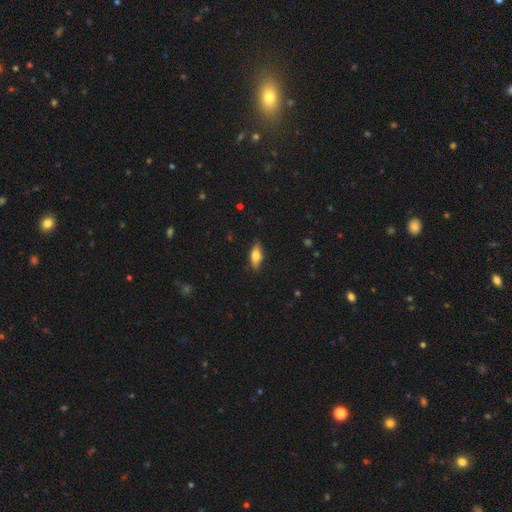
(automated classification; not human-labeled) smooth-or-featured: smooth: 64% | featured or disk: 29% | star or artifact: 7%
  how-rounded: in between: 68% | cigar-shaped: 28% | round: 3%
  merging: none: 82% | minor disturbance: 14% | major disturbance: 3% | merger: 1%